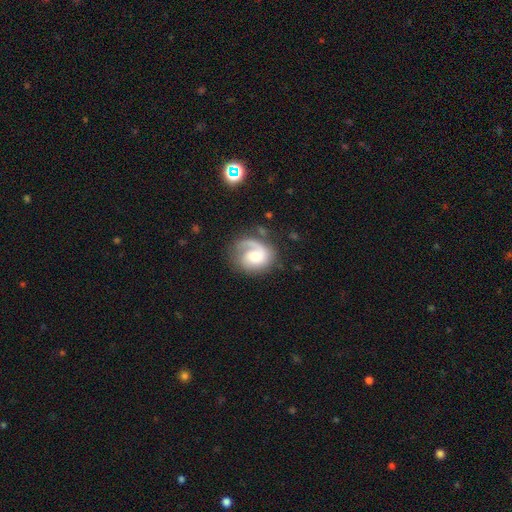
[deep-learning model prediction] Morphology: type=featured or disk (71%); edge-on=no (98%); bar=no (66%); spiral arms=yes (93%); winding=medium (38%); arm count=1 (78%); bulge=moderate (43%); merging=none (61%).